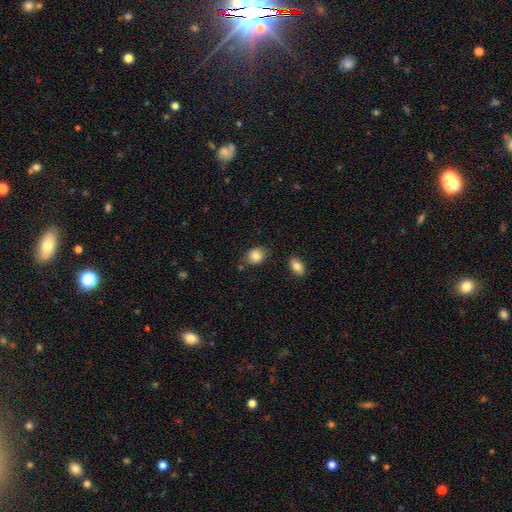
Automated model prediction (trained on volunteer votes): smooth_or_featured: smooth (p=0.84) [alt: star or artifact p=0.08]
how_rounded: in between (p=0.57) [alt: round p=0.42]
merging: none (p=0.75) [alt: minor disturbance p=0.17]